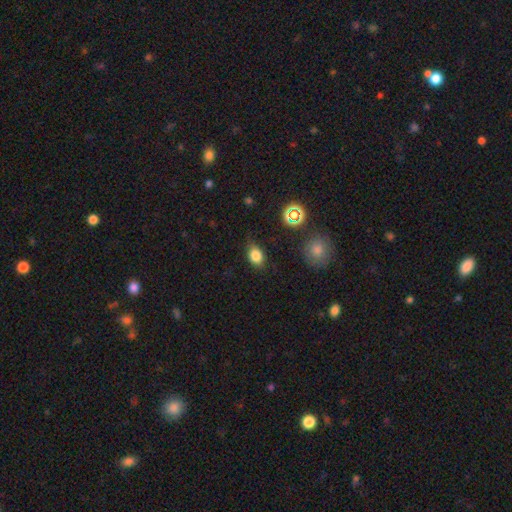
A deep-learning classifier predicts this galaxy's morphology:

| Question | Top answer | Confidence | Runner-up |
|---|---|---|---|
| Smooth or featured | smooth | 81% | star or artifact (12%) |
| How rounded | in between | 74% | round (24%) |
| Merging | none | 76% | minor disturbance (19%) |